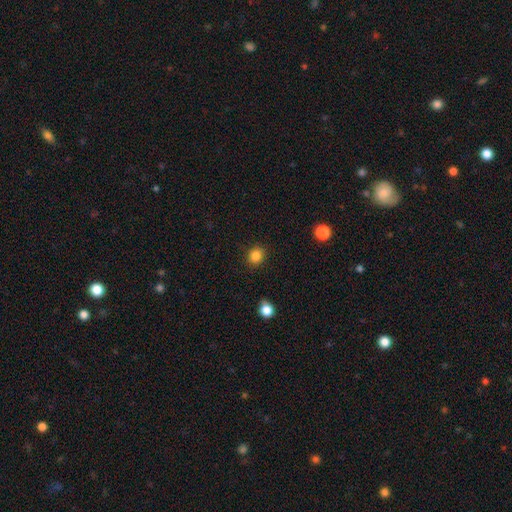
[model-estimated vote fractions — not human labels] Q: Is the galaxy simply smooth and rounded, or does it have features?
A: smooth — 85%.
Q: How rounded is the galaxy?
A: round — 81%.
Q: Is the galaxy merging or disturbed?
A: none — 88%.